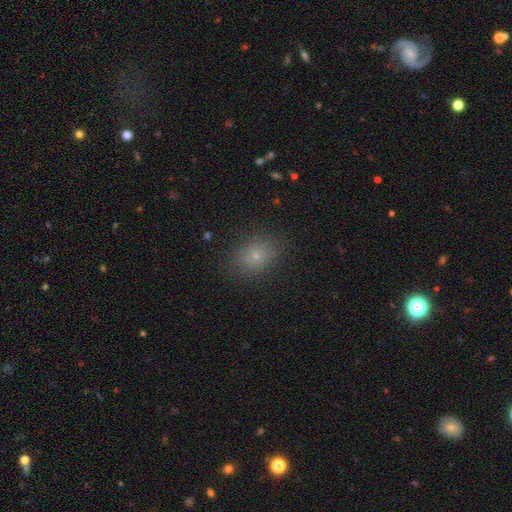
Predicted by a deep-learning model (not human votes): Morphology: type=smooth (72%); roundness=in between (62%); merging=none (85%).